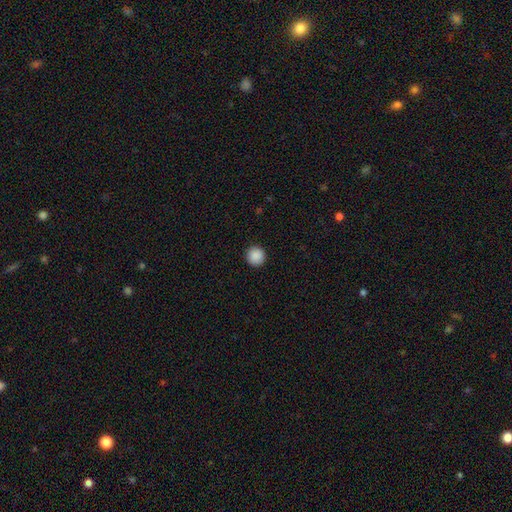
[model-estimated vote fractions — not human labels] Smooth or featured?
  - smooth: 89% *
  - star or artifact: 8%
  - featured or disk: 2%
How rounded?
  - round: 96% *
  - in between: 4%
  - cigar-shaped: 1%
Merging?
  - none: 93% *
  - minor disturbance: 5%
  - major disturbance: 2%
  - merger: 1%